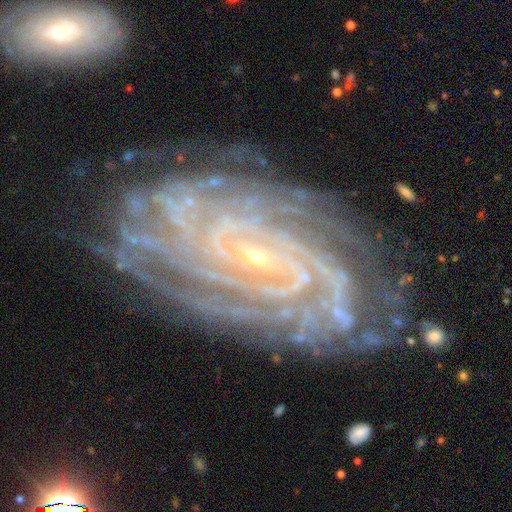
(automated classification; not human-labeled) Smooth or featured? Predicted: featured or disk (p=0.90). Edge-on disk? Predicted: no (p=0.96). Bar? Predicted: no (p=0.58). Spiral arms? Predicted: yes (p=0.98). Spiral winding? Predicted: tight (p=0.83). Spiral arm count? Predicted: more than 4 (p=0.27). Bulge size? Predicted: small (p=0.84). Merging? Predicted: none (p=0.74).